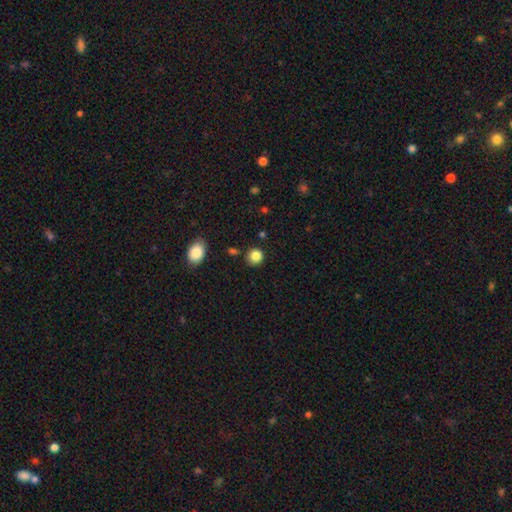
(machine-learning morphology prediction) Smooth or featured? smooth (85%)
How rounded? round (86%)
Merging? none (79%)